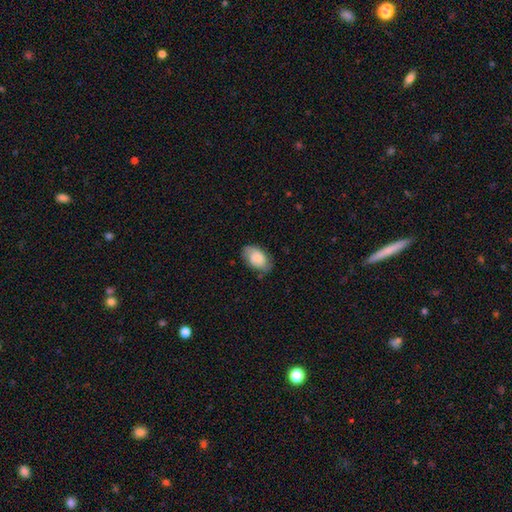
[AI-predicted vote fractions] The model was most divided on "merging": none: 73%, minor disturbance: 21%, major disturbance: 5%, merger: 2%. More confident: how rounded — in between (93%); smooth or featured — smooth (73%).